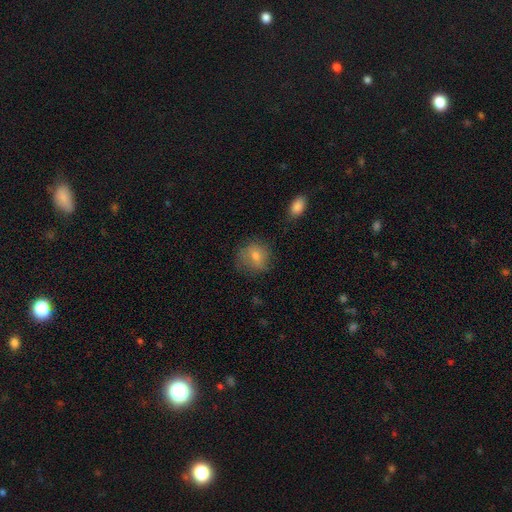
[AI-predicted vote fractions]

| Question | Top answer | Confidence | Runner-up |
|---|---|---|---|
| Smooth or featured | smooth | 70% | featured or disk (19%) |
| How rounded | round | 81% | in between (18%) |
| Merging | none | 73% | minor disturbance (19%) |